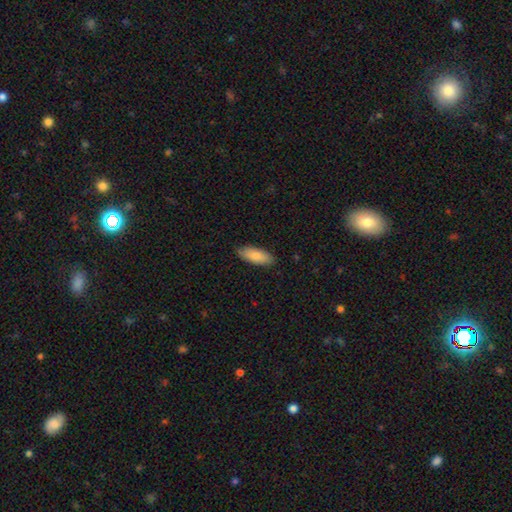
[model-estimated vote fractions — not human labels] Smooth or featured?
  - smooth: 87% *
  - featured or disk: 8%
  - star or artifact: 5%
How rounded?
  - in between: 75% *
  - cigar-shaped: 23%
  - round: 2%
Merging?
  - none: 86% *
  - minor disturbance: 11%
  - major disturbance: 2%
  - merger: 1%